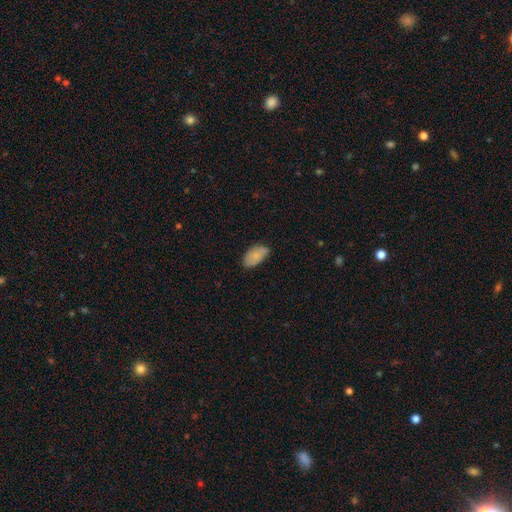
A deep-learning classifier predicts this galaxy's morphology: This appears to be a smooth galaxy with no disk features (78%) that is in between round and cigar-shaped (94%). Merging: none (64%).